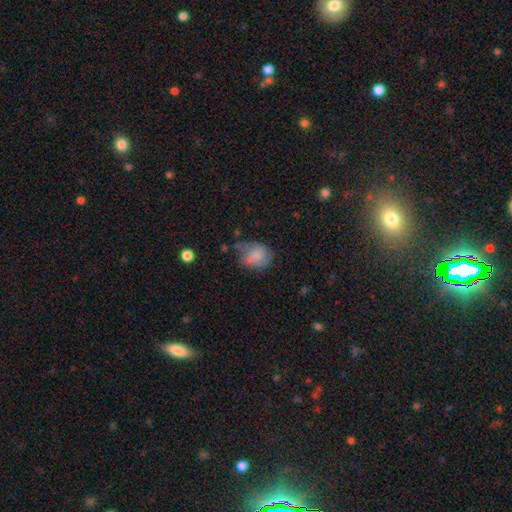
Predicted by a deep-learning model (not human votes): Smooth or featured?
  - smooth: 59% *
  - featured or disk: 33%
  - star or artifact: 9%
How rounded?
  - in between: 57% *
  - round: 42%
  - cigar-shaped: 1%
Merging?
  - none: 43% *
  - minor disturbance: 33%
  - major disturbance: 19%
  - merger: 4%